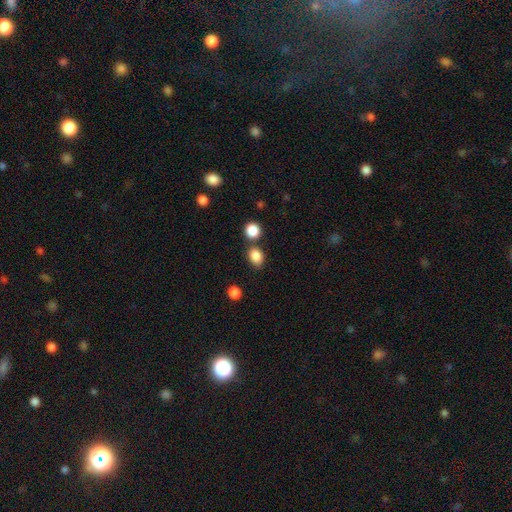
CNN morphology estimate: smooth_or_featured: smooth (p=0.86) [alt: star or artifact p=0.10]
how_rounded: in between (p=0.57) [alt: round p=0.42]
merging: none (p=0.72) [alt: merger p=0.13]